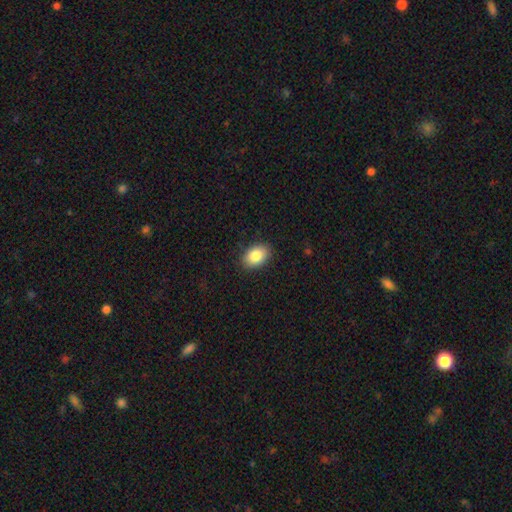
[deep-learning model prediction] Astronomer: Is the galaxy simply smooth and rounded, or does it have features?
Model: smooth — 85%.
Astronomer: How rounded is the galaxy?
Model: in between — 84%.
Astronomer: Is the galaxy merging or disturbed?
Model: none — 88%.